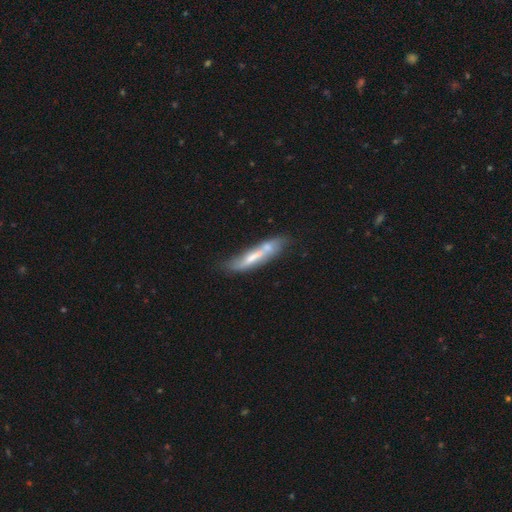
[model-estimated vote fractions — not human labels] Smooth or featured? Predicted: featured or disk (p=0.47). Merging? Predicted: none (p=0.43).